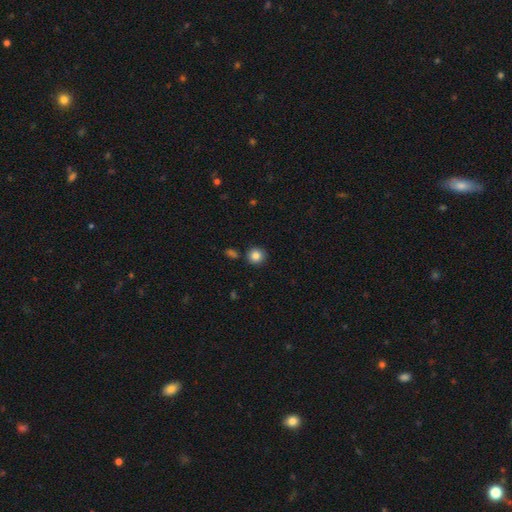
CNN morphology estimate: A smooth galaxy with no disk features (85%) that is round (91%).

Vote fractions:
- Smooth or featured? smooth: 85% / star or artifact: 10% / featured or disk: 5%
- How rounded? round: 91% / in between: 8% / cigar-shaped: 1%
- Merging? none: 86% / minor disturbance: 8% / merger: 4% / major disturbance: 2%